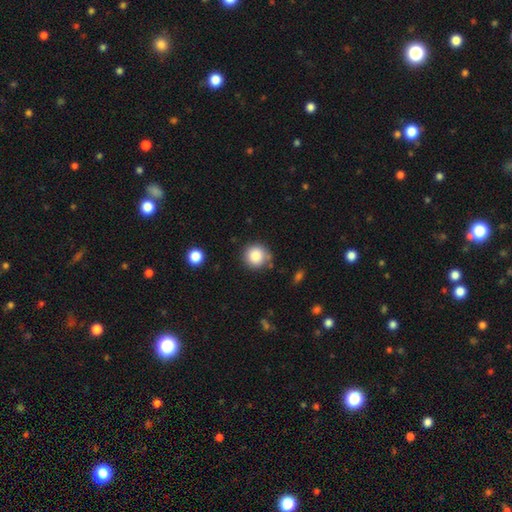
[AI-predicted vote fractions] smooth 86%, star or artifact 10%, featured or disk 5%. Down the decision tree: how rounded — round (93%); merging — none (79%).